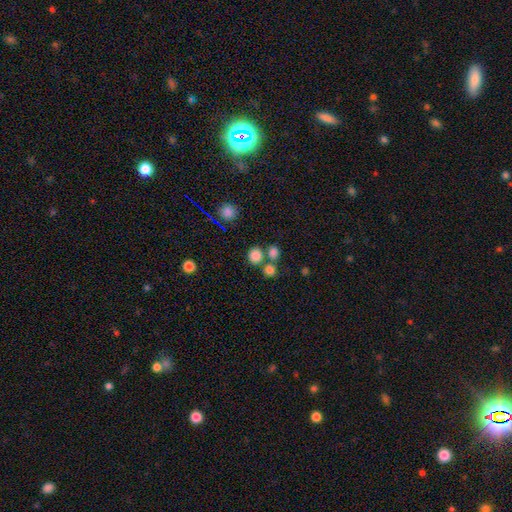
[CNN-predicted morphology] smooth_or_featured: smooth (p=0.80) [alt: star or artifact p=0.14]
how_rounded: round (p=0.87) [alt: in between p=0.12]
merging: none (p=0.63) [alt: merger p=0.27]